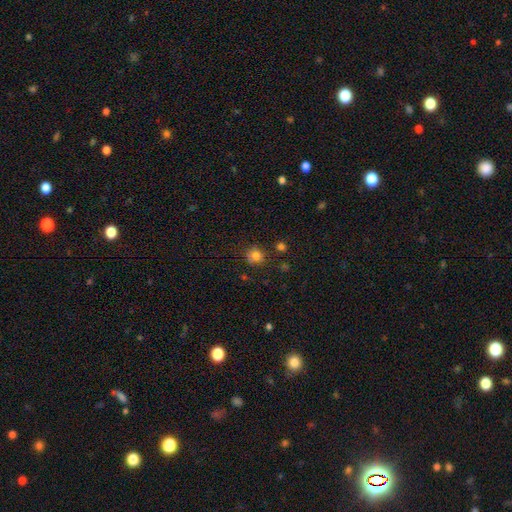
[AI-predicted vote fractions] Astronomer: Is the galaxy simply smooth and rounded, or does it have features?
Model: smooth — 80%.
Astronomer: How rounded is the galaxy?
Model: round — 84%.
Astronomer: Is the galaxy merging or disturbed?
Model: none — 77%.